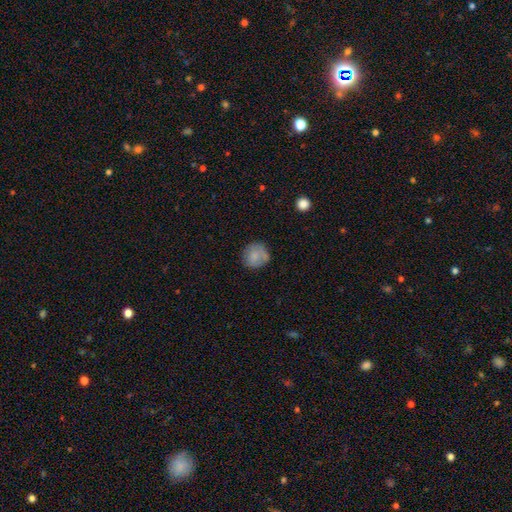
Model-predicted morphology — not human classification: Smooth or featured? Predicted: smooth (p=0.78). How rounded? Predicted: round (p=0.90). Merging? Predicted: none (p=0.72).